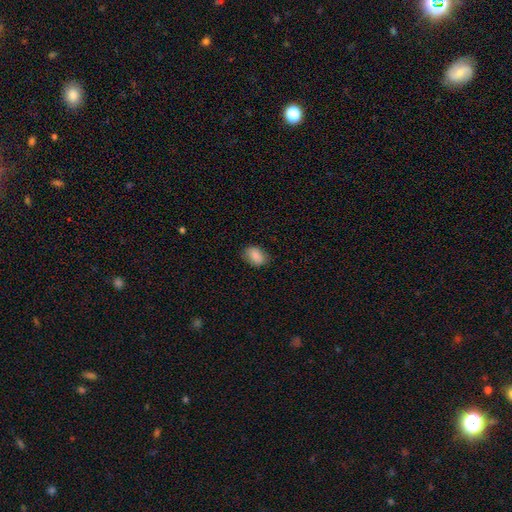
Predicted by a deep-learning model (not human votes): A smooth galaxy with no disk features (86%) that is in between round and cigar-shaped (80%). Merging: none (80%).